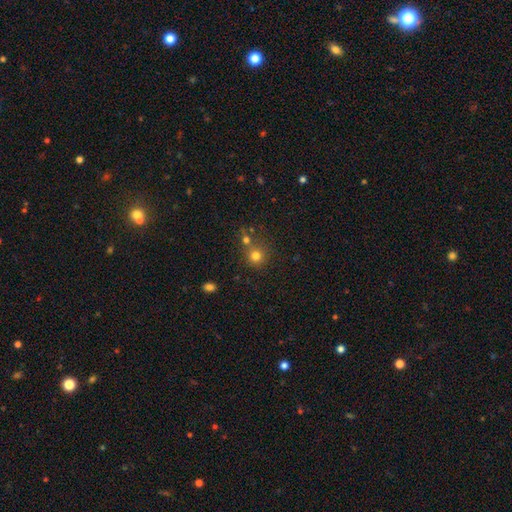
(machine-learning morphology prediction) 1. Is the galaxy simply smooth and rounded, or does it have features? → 76% smooth, 16% star or artifact, 8% featured or disk.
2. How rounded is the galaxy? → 90% round, 9% in between, 1% cigar-shaped.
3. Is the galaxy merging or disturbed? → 65% none, 23% merger, 9% minor disturbance, 4% major disturbance.